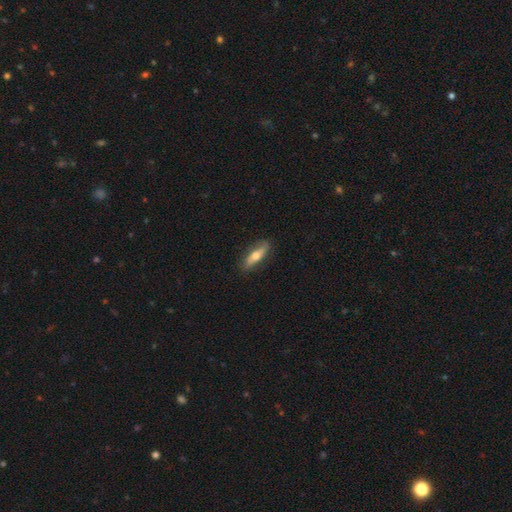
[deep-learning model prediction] Overall: smooth (50%; featured or disk 44%). How rounded: cigar-shaped (51%; in between 46%). Merging: none (81%).